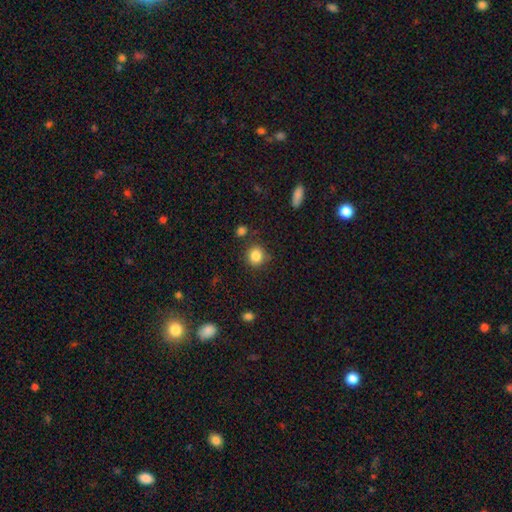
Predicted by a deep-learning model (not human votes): smooth-or-featured: smooth: 85% | star or artifact: 10% | featured or disk: 5%
  how-rounded: round: 85% | in between: 14% | cigar-shaped: 1%
  merging: none: 81% | minor disturbance: 12% | merger: 4% | major disturbance: 4%